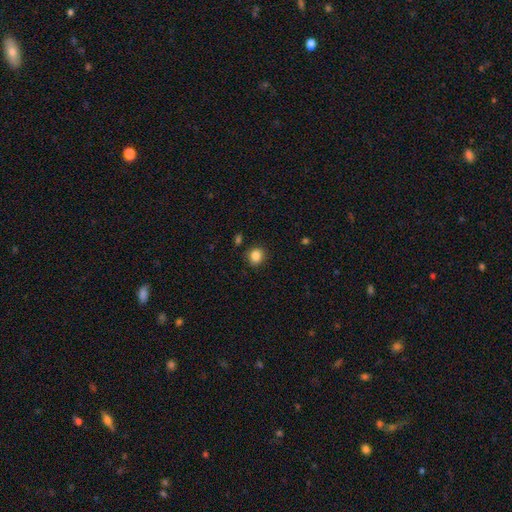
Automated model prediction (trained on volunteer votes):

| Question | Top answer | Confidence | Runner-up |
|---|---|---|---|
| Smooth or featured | smooth | 86% | star or artifact (10%) |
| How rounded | round | 78% | in between (21%) |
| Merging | none | 86% | minor disturbance (9%) |